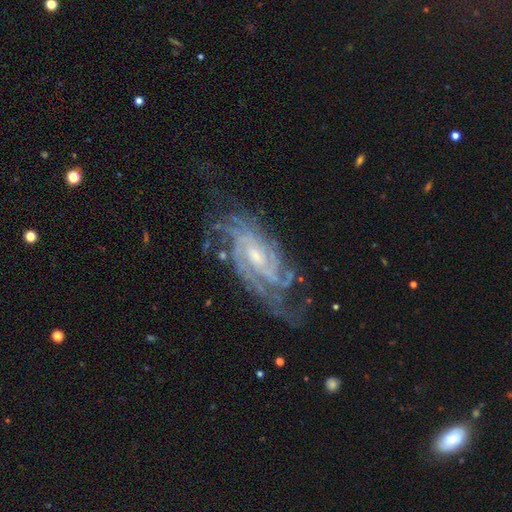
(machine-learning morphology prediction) This appears to be a featured or disk galaxy (90%) with no bar (50%), tight (68%) spiral arms (98%) and a small central bulge (53%). Merging: none (68%).